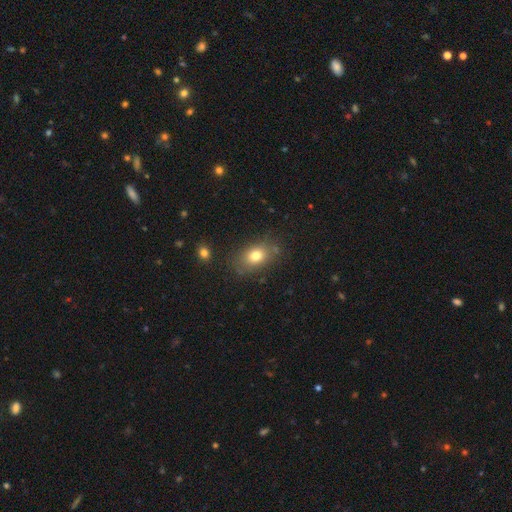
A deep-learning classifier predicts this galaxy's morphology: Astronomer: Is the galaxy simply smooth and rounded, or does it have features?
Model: smooth — 77%.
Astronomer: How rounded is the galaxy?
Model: in between — 76%.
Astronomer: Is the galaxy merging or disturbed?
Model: none — 76%.